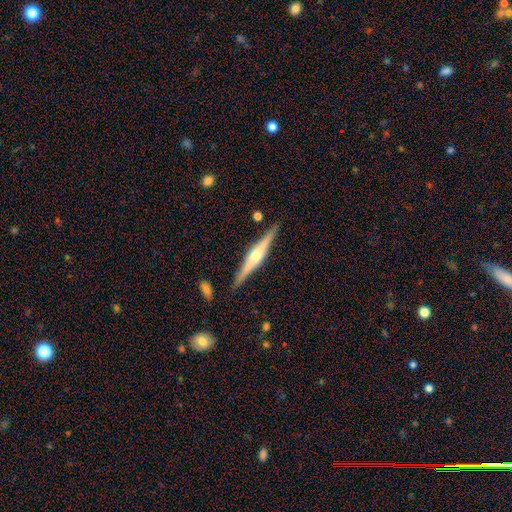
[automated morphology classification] type=featured or disk (77%); edge-on=yes (98%); edge-on bulge=rounded (84%); merging=none (89%).